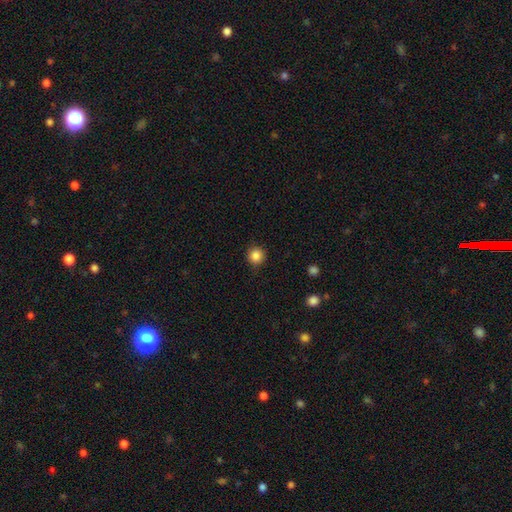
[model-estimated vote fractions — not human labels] Smooth or featured: smooth — 86% (star or artifact — 10%)
How rounded: round — 95% (in between — 4%)
Merging: none — 90% (minor disturbance — 7%)